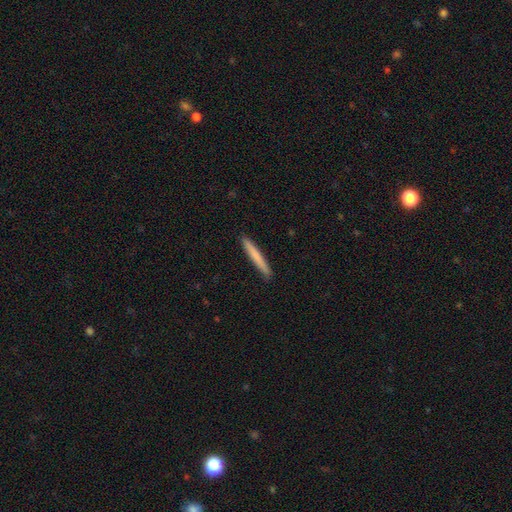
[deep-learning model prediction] Morphology: type=smooth (74%); roundness=cigar-shaped (97%); merging=none (92%).